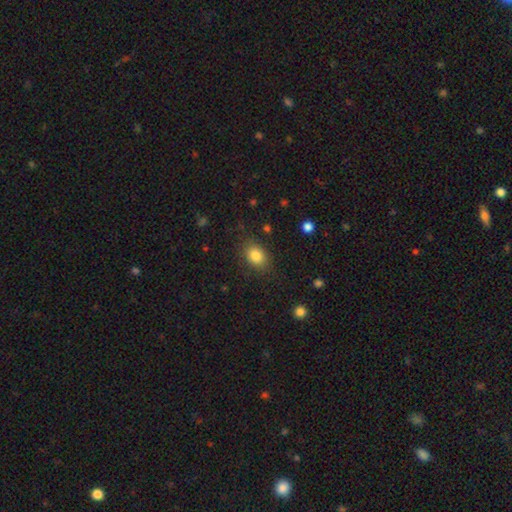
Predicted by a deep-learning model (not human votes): smooth_or_featured: smooth (p=0.84) [alt: star or artifact p=0.10]
how_rounded: in between (p=0.59) [alt: round p=0.40]
merging: none (p=0.83) [alt: minor disturbance p=0.12]